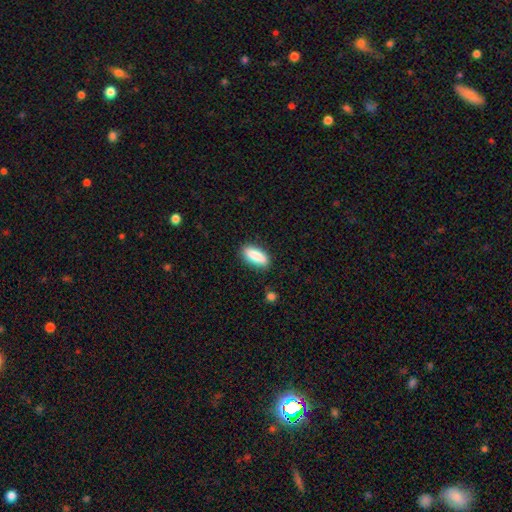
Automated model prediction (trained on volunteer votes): Overall: smooth (86%). How rounded: in between (70%). Merging: none (84%).